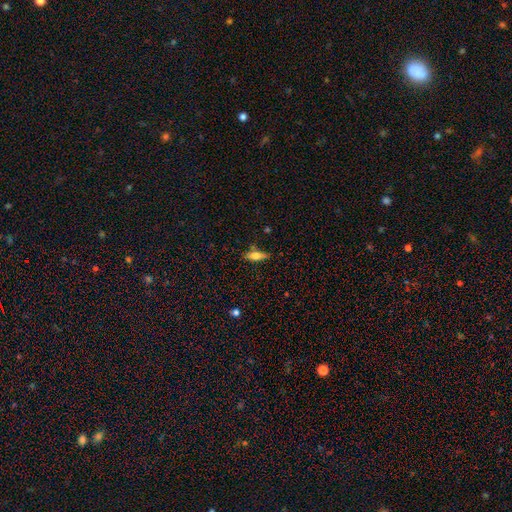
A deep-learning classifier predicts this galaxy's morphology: This appears to be a smooth galaxy with no disk features (64%) that is in between round and cigar-shaped (55%). Merging: none (72%).